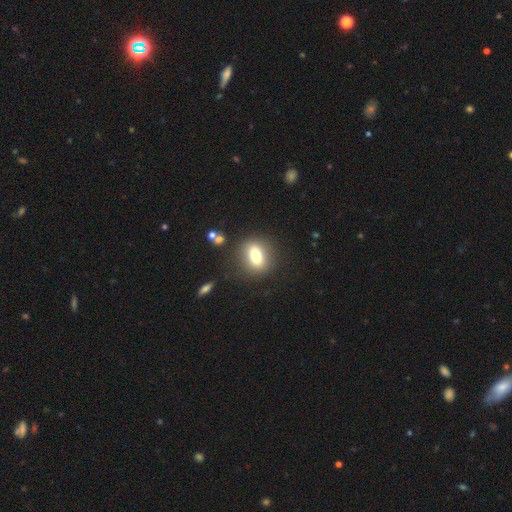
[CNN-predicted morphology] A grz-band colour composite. It shows a smooth galaxy with no disk features (74%) that is in between round and cigar-shaped (55%). Merging: none (84%).